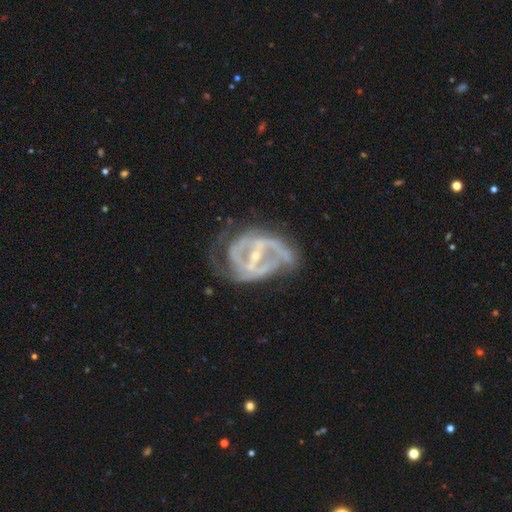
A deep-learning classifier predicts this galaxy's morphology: A featured or disk galaxy (87%) with a strong bar (55%), 2 (49%) medium (46%) spiral arms (87%) and a small central bulge (68%).

Vote fractions:
- Smooth or featured? featured or disk: 87% / star or artifact: 6% / smooth: 6%
- Edge-on disk? no: 97% / yes: 3%
- Bar? strong: 55% / weak: 33% / no: 11%
- Spiral arms? yes: 87% / no: 13%
- Spiral winding? medium: 46% / tight: 33% / loose: 21%
- Spiral arm count? 2: 49% / can't tell: 21% / 3: 15% / 1: 6% / 4: 5% / more than 4: 3%
- Bulge size? small: 68% / moderate: 26% / none: 4% / large: 1% / dominant: 1%
- Merging? none: 45% / major disturbance: 28% / minor disturbance: 24% / merger: 3%